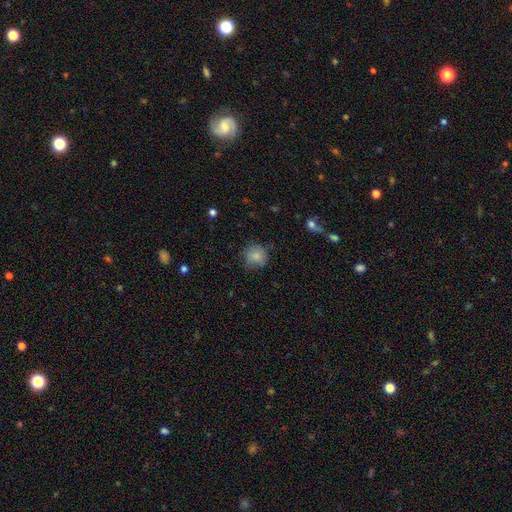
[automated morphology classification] Smooth or featured? Predicted: smooth (p=0.82). How rounded? Predicted: round (p=0.87). Merging? Predicted: none (p=0.74).